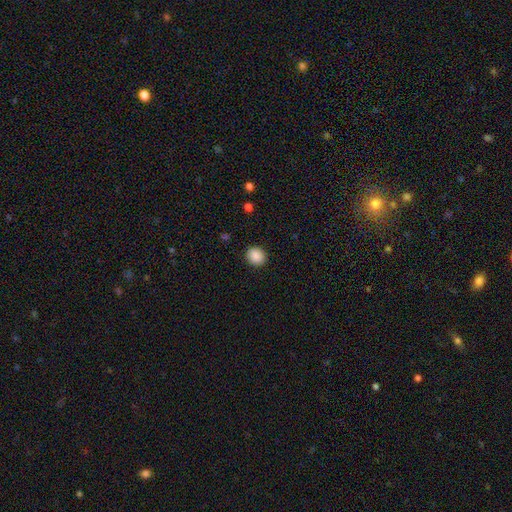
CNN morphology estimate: smooth-or-featured: smooth: 89% | star or artifact: 8% | featured or disk: 3%
  how-rounded: round: 77% | in between: 22% | cigar-shaped: 1%
  merging: none: 90% | minor disturbance: 6% | major disturbance: 2% | merger: 1%